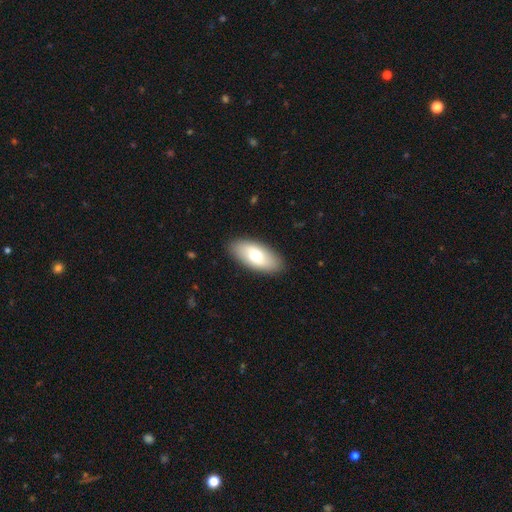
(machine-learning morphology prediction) Smooth or featured? smooth (69%)
How rounded? in between (90%)
Merging? none (89%)